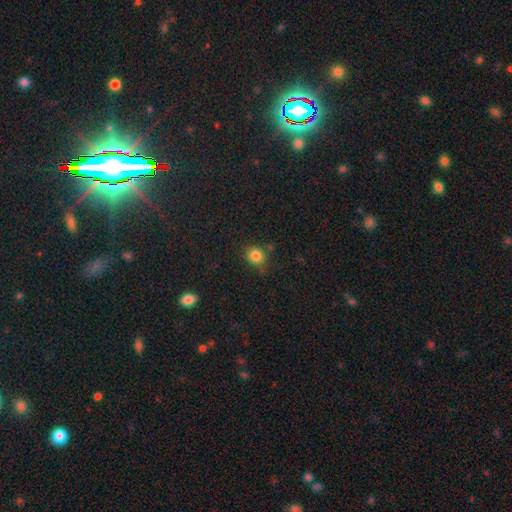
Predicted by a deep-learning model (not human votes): smooth-or-featured: smooth: 83% | star or artifact: 12% | featured or disk: 5%
  how-rounded: round: 83% | in between: 16% | cigar-shaped: 1%
  merging: none: 75% | minor disturbance: 16% | merger: 5% | major disturbance: 4%